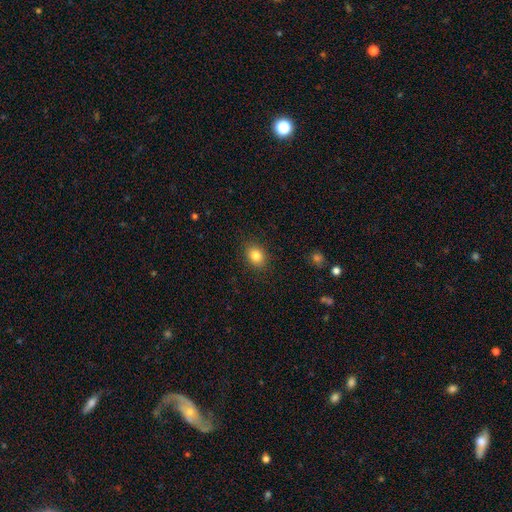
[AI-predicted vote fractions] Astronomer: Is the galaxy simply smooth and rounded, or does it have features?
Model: smooth — 83%.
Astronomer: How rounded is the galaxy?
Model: in between — 53% (runner-up: round, 46%).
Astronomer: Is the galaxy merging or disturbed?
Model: none — 88%.